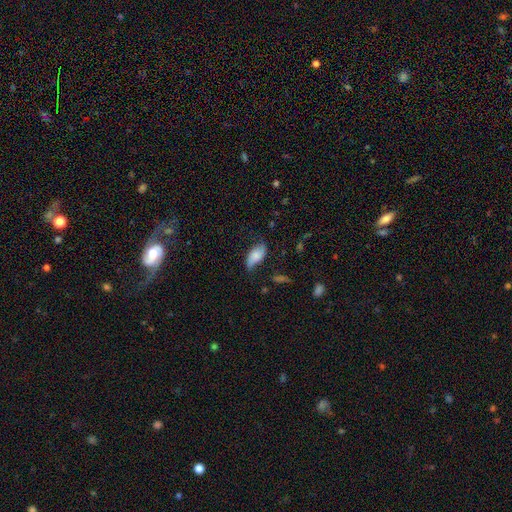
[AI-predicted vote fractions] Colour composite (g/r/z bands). It shows a smooth galaxy with no disk features (71%) that is in between round and cigar-shaped (90%). Merging: none (62%).